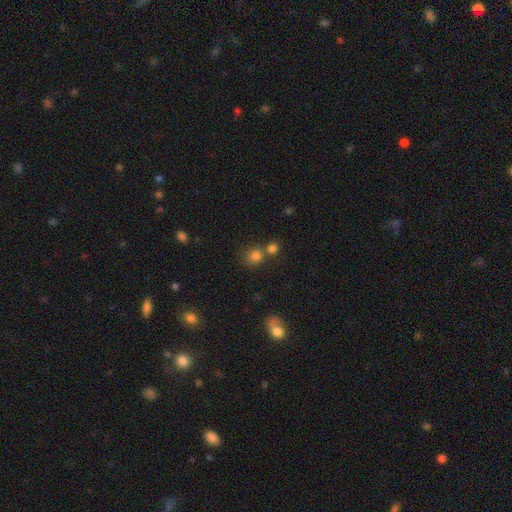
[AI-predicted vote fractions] This appears to be a smooth galaxy with no disk features (79%) that is round (80%). Merging: none (51%).